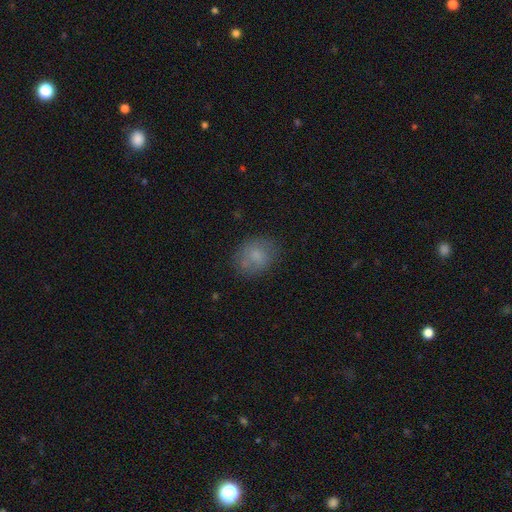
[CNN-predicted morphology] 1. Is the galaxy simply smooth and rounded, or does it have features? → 73% smooth, 17% featured or disk, 10% star or artifact.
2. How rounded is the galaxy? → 55% round, 44% in between, 1% cigar-shaped.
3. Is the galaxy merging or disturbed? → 70% none, 20% minor disturbance, 7% major disturbance, 3% merger.